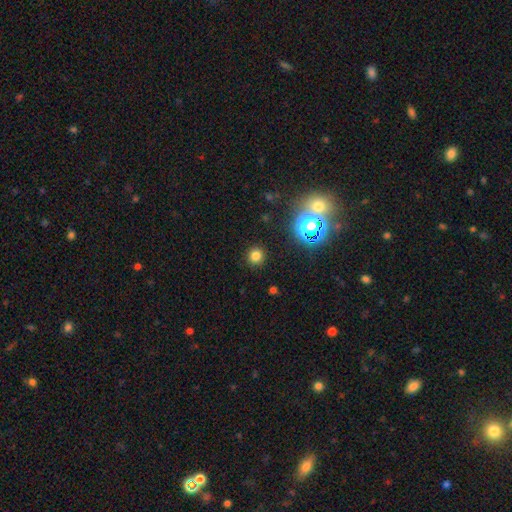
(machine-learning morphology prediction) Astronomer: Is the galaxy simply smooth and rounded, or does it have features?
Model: smooth — 77%.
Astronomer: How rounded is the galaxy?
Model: round — 93%.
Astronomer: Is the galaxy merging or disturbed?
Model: none — 91%.